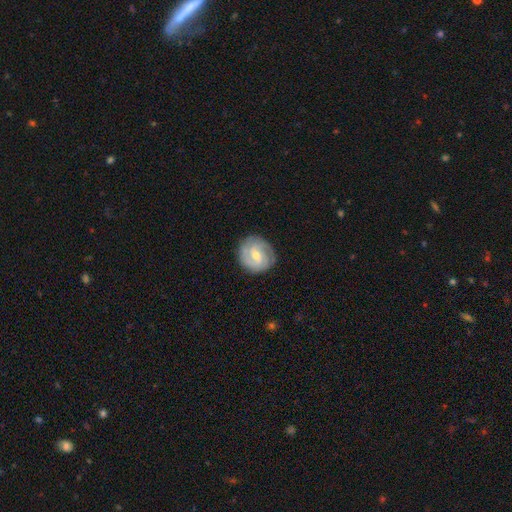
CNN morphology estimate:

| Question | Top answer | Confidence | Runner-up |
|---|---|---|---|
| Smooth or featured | featured or disk | 78% | smooth (16%) |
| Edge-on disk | no | 98% | yes (2%) |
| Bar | weak | 55% | no (32%) |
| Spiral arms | yes | 94% | no (6%) |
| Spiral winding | tight | 52% | medium (38%) |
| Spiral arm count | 2 | 47% | 3 (24%) |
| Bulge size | small | 49% | moderate (48%) |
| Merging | none | 83% | minor disturbance (12%) |